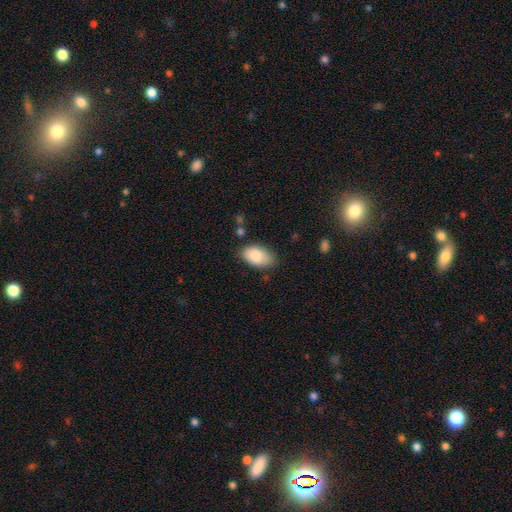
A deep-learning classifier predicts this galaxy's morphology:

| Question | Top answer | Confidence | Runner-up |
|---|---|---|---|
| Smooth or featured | smooth | 85% | featured or disk (8%) |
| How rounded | in between | 93% | round (5%) |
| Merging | none | 70% | minor disturbance (23%) |